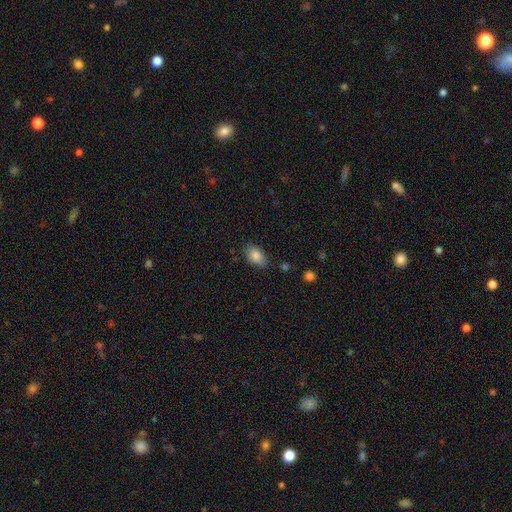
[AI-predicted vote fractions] A smooth galaxy with no disk features (85%) that is in between round and cigar-shaped (87%). Merging: none (78%).